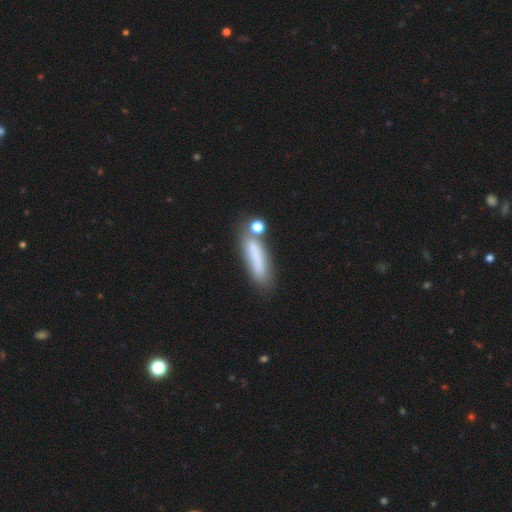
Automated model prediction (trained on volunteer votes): Smooth or featured: smooth — 70% (featured or disk — 20%)
How rounded: cigar-shaped — 72% (in between — 25%)
Merging: none — 53% (minor disturbance — 20%)